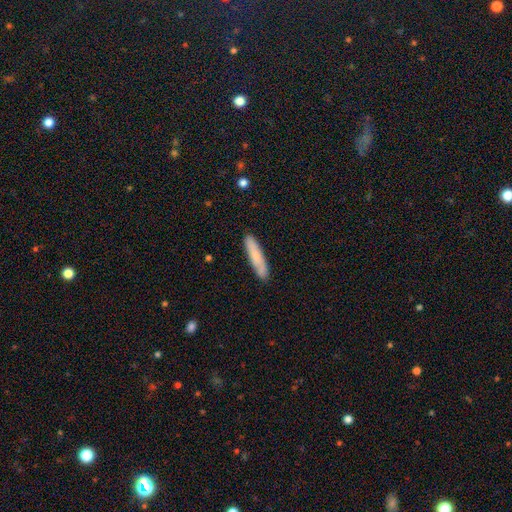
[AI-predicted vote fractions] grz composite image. It shows a smooth galaxy with no disk features (73%) that is cigar-shaped (87%). Merging: none (84%).